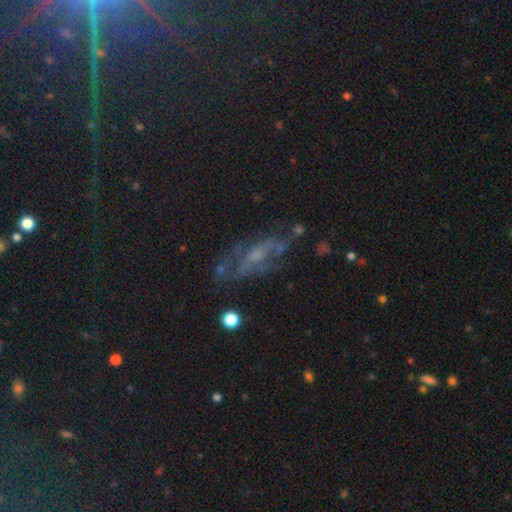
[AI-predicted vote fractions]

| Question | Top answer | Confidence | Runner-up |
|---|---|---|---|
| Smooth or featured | featured or disk | 60% | smooth (20%) |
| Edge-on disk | no | 81% | yes (19%) |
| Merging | none | 51% | major disturbance (22%) |